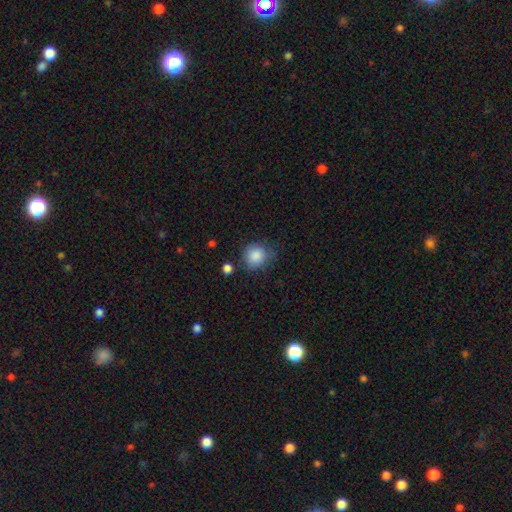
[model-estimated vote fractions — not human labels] Smooth or featured? smooth (87%)
How rounded? round (82%)
Merging? none (67%)